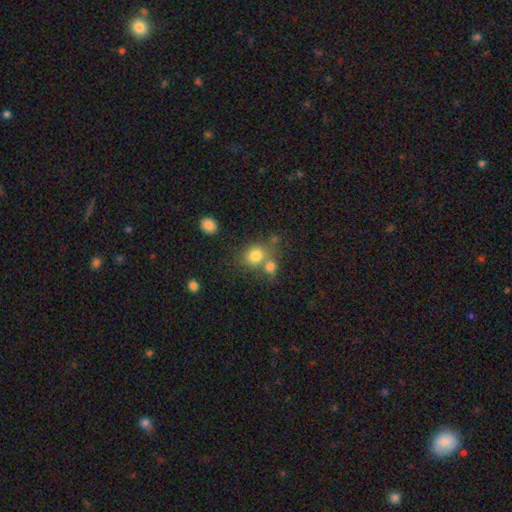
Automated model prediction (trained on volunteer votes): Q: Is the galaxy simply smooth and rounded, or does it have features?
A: smooth — 79%.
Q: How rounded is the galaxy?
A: round — 70%.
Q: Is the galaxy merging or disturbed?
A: none — 48%.